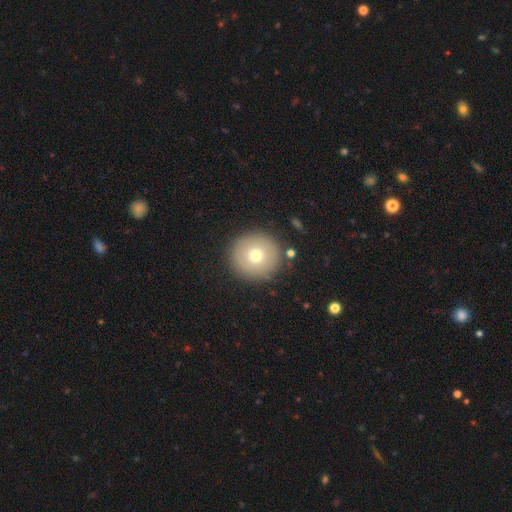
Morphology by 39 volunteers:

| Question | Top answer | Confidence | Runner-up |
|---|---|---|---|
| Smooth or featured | smooth | 69% | featured or disk (21%) |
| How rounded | round | 93% | in between (7%) |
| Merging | none | 94% | minor disturbance (3%) |